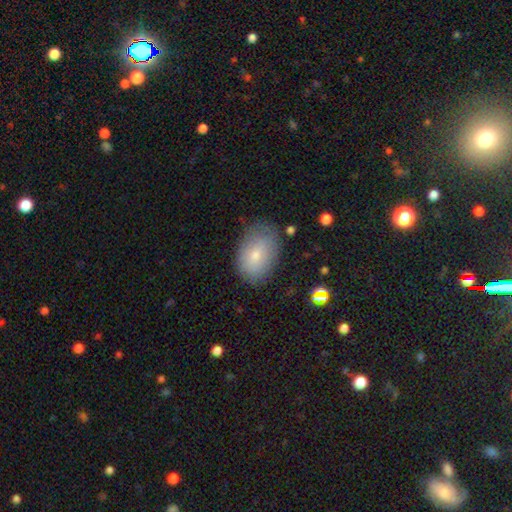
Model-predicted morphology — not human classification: smooth-or-featured: smooth: 75% | featured or disk: 17% | star or artifact: 8%
  how-rounded: in between: 85% | round: 14% | cigar-shaped: 1%
  merging: none: 72% | minor disturbance: 21% | major disturbance: 5% | merger: 2%